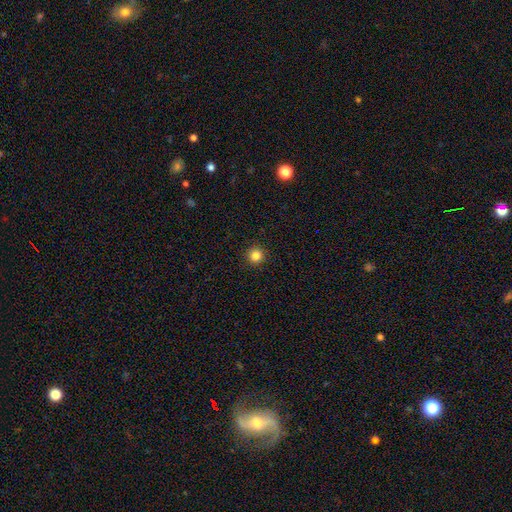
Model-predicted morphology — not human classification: Smooth or featured?
  - smooth: 84% *
  - star or artifact: 12%
  - featured or disk: 4%
How rounded?
  - round: 96% *
  - in between: 3%
  - cigar-shaped: 1%
Merging?
  - none: 93% *
  - minor disturbance: 4%
  - major disturbance: 2%
  - merger: 1%